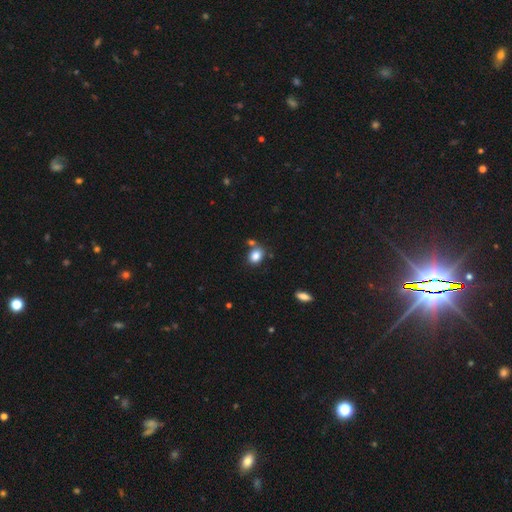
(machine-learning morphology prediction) Smooth or featured? smooth (84%)
How rounded? in between (61%)
Merging? none (71%)